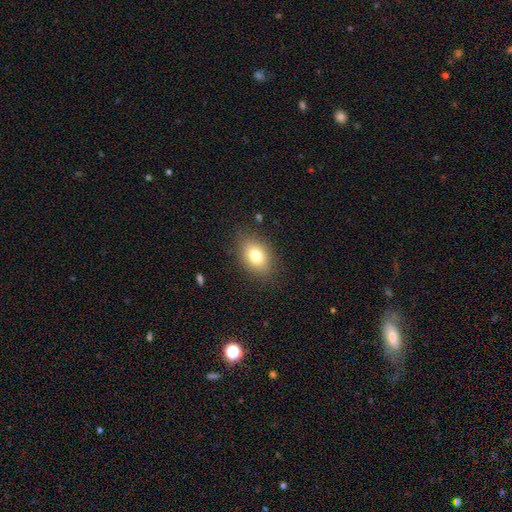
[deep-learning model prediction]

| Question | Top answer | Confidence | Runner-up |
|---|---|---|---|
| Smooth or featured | smooth | 78% | featured or disk (12%) |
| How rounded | in between | 81% | round (18%) |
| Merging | none | 84% | minor disturbance (11%) |